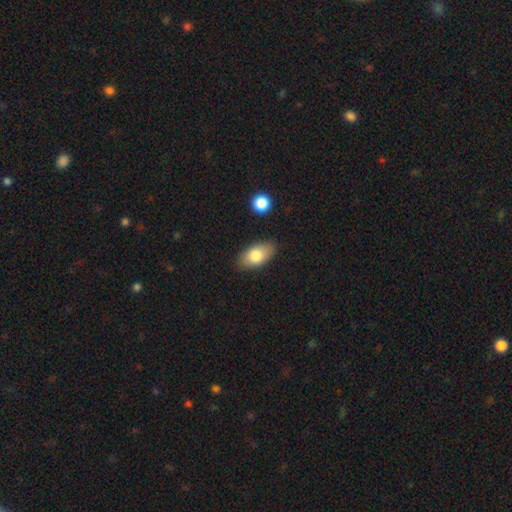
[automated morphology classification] This appears to be a smooth galaxy with no disk features (78%) that is in between round and cigar-shaped (92%). Merging: none (83%).